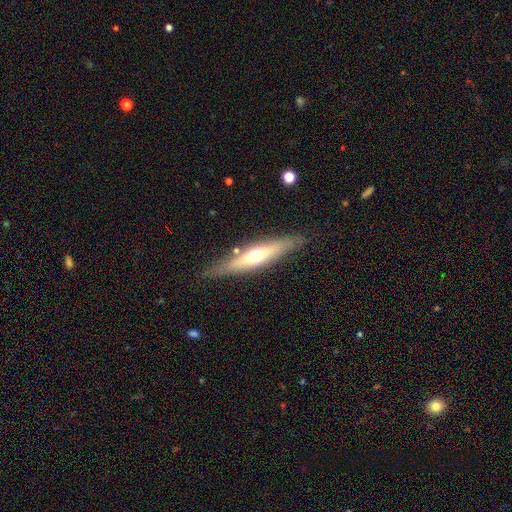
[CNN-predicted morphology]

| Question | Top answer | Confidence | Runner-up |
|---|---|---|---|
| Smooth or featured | featured or disk | 53% | smooth (41%) |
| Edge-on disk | yes | 86% | no (14%) |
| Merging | none | 82% | minor disturbance (12%) |